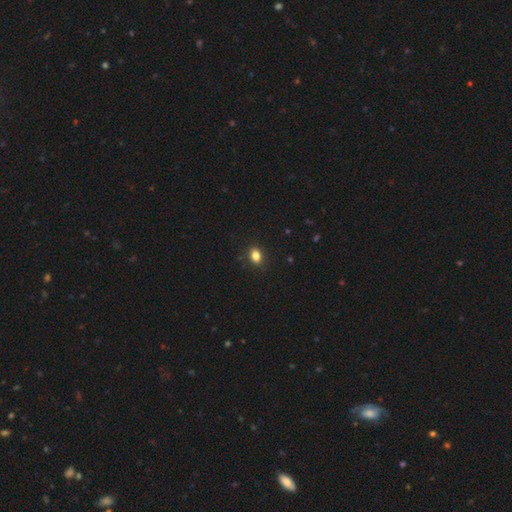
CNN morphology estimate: Overall: smooth (83%). How rounded: in between (70%). Merging: none (87%).